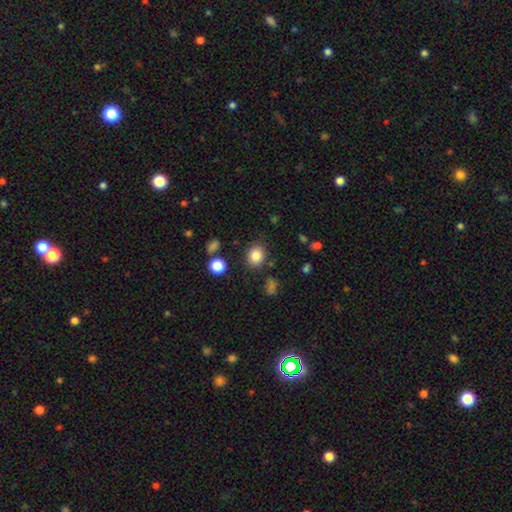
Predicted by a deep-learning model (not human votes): smooth 84%, star or artifact 10%, featured or disk 6%. Down the decision tree: how rounded — round (59%); merging — none (83%).